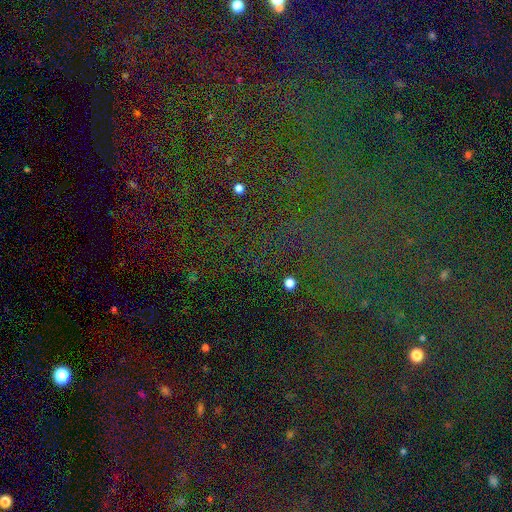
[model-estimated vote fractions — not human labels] Smooth or featured? star or artifact (81%)